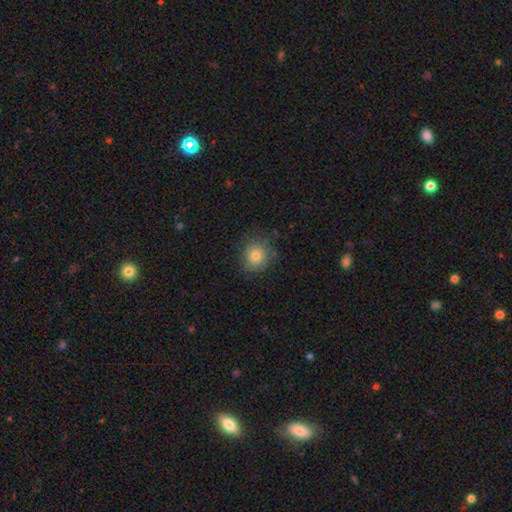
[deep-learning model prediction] Q: Smooth or featured?
A: smooth (79%); runner-up: featured or disk (11%)
Q: How rounded?
A: round (83%); runner-up: in between (16%)
Q: Merging?
A: none (77%); runner-up: minor disturbance (16%)